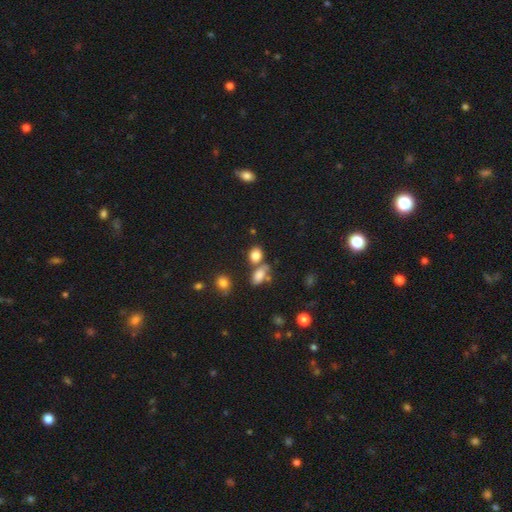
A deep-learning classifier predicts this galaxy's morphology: This is clearly a smooth galaxy (81%). How rounded: possibly in between (50%). Merging: possibly none (56%).